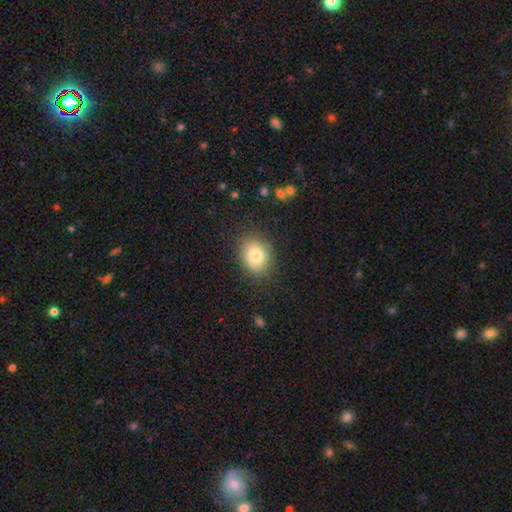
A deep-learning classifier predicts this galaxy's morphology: A smooth galaxy with no disk features (81%) that is in between round and cigar-shaped (58%).

Vote fractions:
- Smooth or featured? smooth: 81% / featured or disk: 10% / star or artifact: 9%
- How rounded? in between: 58% / round: 41% / cigar-shaped: 1%
- Merging? none: 84% / minor disturbance: 12% / major disturbance: 3% / merger: 1%